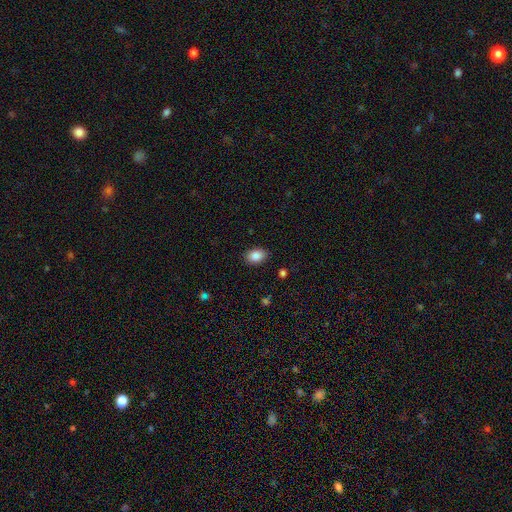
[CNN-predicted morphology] This is clearly a smooth galaxy (87%). How rounded: clearly in between (80%). Merging: clearly none (88%).